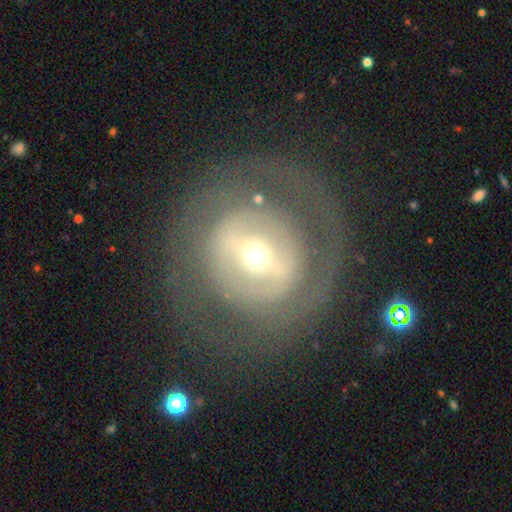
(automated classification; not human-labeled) smooth-or-featured: featured or disk: 67% | smooth: 25% | star or artifact: 8%
  disk-edge-on: no: 94% | yes: 6%
    bar: strong: 38% | weak: 33% | no: 29%
    has-spiral-arms: no: 64% | yes: 36%
    bulge-size: small: 47% | moderate: 45% | large: 5% | dominant: 2% | none: 1%
  merging: none: 67% | major disturbance: 19% | minor disturbance: 13% | merger: 2%